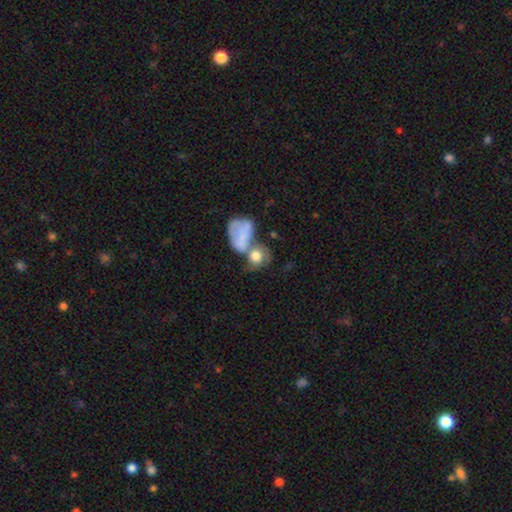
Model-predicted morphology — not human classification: This is likely a smooth galaxy (63%). How rounded: possibly round (56%). Merging: possibly merger (56%).